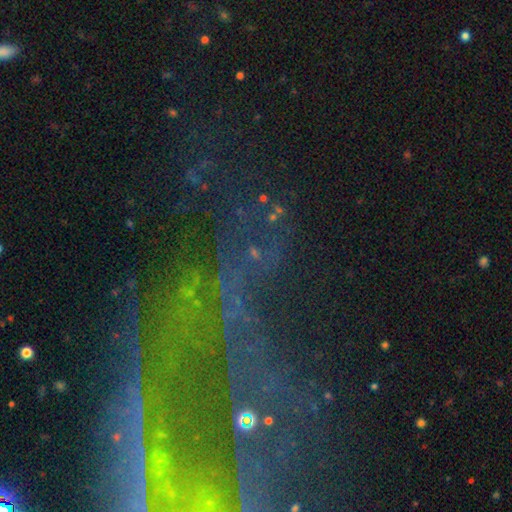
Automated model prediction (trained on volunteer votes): Morphology: type=star or artifact (64%).